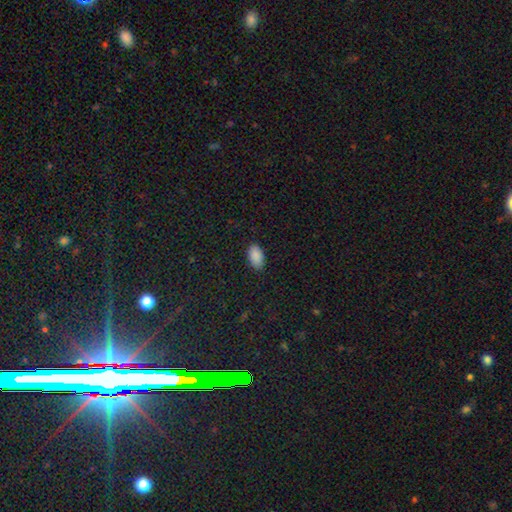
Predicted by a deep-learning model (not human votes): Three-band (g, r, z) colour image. It shows a smooth galaxy with no disk features (89%) that is in between round and cigar-shaped (95%). Merging: none (87%).